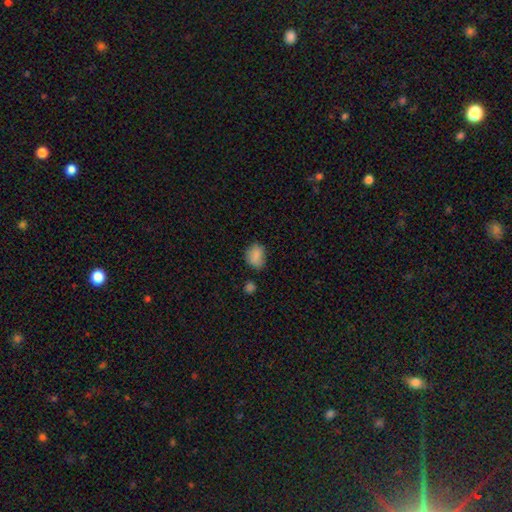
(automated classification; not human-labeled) smooth 84%, star or artifact 10%, featured or disk 6%. Down the decision tree: how rounded — in between (56%); merging — none (66%).